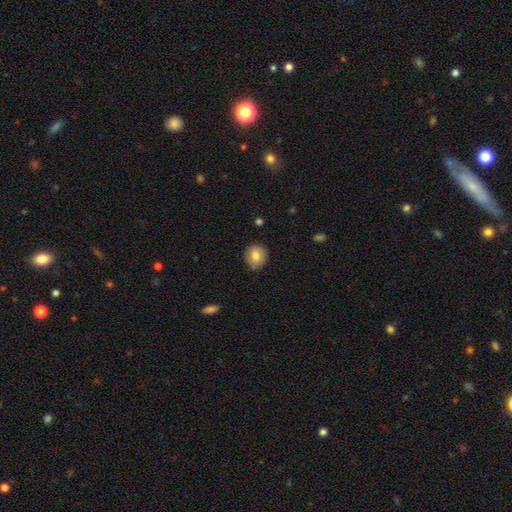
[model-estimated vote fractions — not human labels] The model was most divided on "smooth or featured": smooth: 80%, featured or disk: 12%, star or artifact: 8%. More confident: merging — none (86%); how rounded — round (85%).